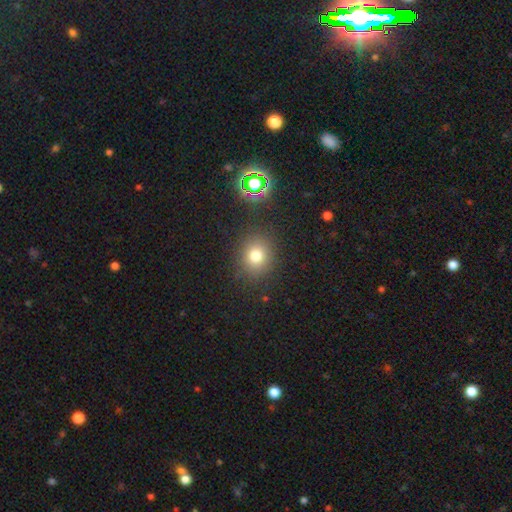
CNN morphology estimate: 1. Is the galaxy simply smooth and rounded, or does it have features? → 75% smooth, 17% star or artifact, 8% featured or disk.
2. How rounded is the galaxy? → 75% round, 24% in between, 1% cigar-shaped.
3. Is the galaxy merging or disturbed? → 86% none, 9% minor disturbance, 3% major disturbance, 2% merger.